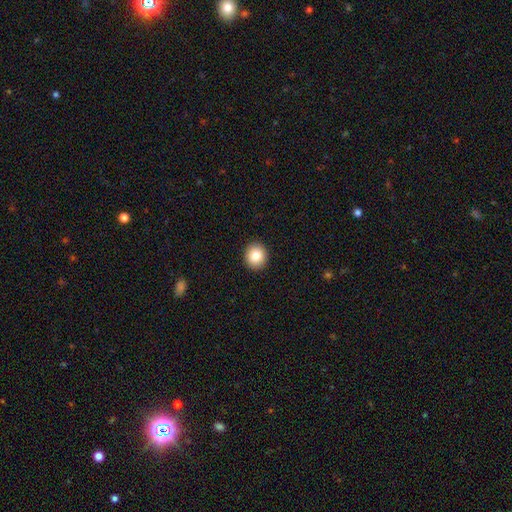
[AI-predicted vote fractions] Morphology: type=smooth (83%); roundness=round (87%); merging=none (93%).